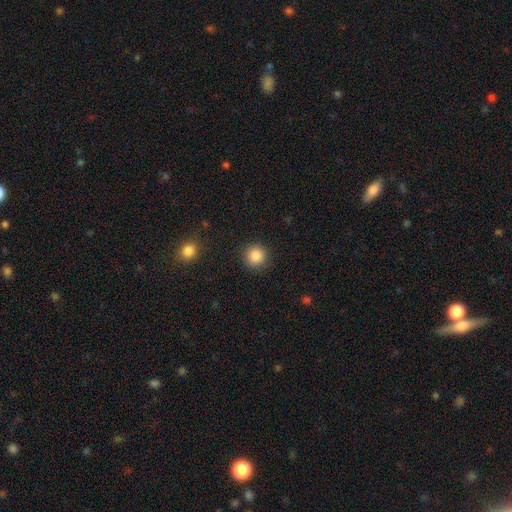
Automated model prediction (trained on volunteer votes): Overall: smooth (85%). How rounded: round (94%). Merging: none (91%).